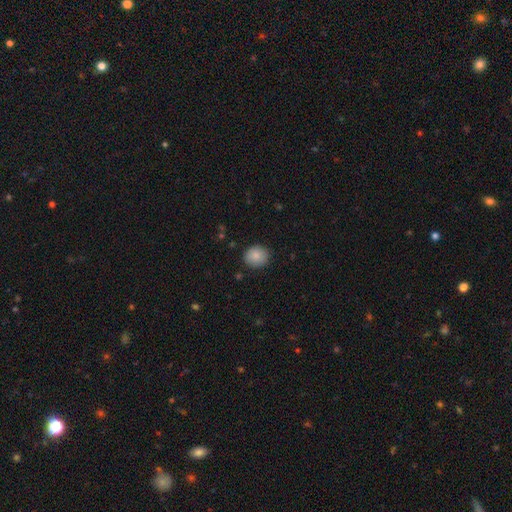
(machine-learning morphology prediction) smooth-or-featured: smooth: 86% | star or artifact: 8% | featured or disk: 6%
  how-rounded: round: 77% | in between: 22% | cigar-shaped: 1%
  merging: none: 86% | minor disturbance: 10% | major disturbance: 2% | merger: 1%